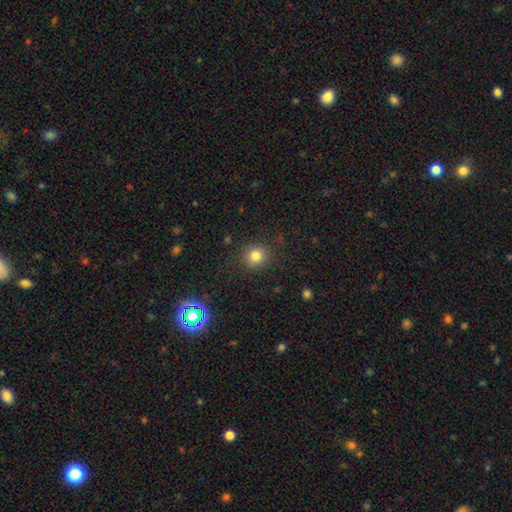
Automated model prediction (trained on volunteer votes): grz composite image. It shows a smooth galaxy with no disk features (81%) that is round (88%). Merging: none (88%).